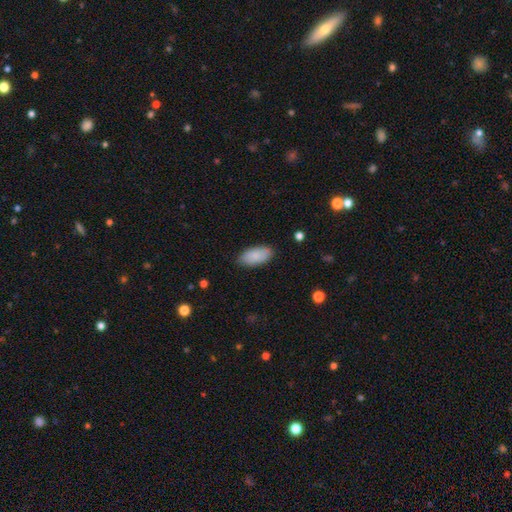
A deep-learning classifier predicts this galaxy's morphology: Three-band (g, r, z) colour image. It shows a smooth galaxy with no disk features (87%) that is in between round and cigar-shaped (93%). Merging: none (84%).